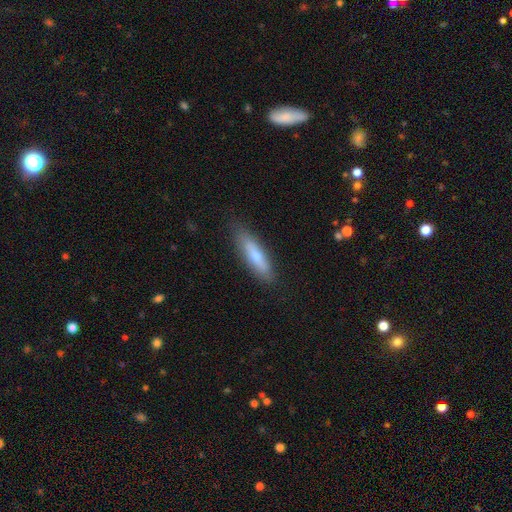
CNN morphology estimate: Smooth or featured?
  - smooth: 69% *
  - featured or disk: 25%
  - star or artifact: 6%
How rounded?
  - cigar-shaped: 70% *
  - in between: 28%
  - round: 2%
Merging?
  - none: 81% *
  - minor disturbance: 15%
  - major disturbance: 3%
  - merger: 1%